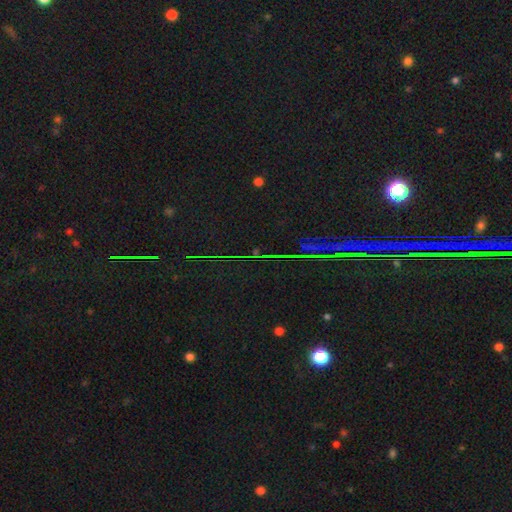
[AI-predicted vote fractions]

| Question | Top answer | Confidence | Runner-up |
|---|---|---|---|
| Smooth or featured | star or artifact | 83% | smooth (9%) |